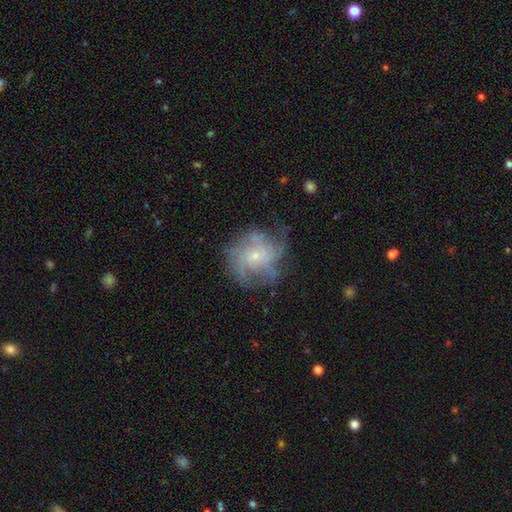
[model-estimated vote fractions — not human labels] A featured or disk galaxy (74%) with no bar (78%), tight (43%) spiral arms (90%) and a small central bulge (76%).

Vote fractions:
- Smooth or featured? featured or disk: 74% / smooth: 16% / star or artifact: 10%
- Edge-on disk? no: 97% / yes: 3%
- Bar? no: 78% / weak: 20% / strong: 3%
- Spiral arms? yes: 90% / no: 10%
- Spiral winding? tight: 43% / medium: 40% / loose: 17%
- Spiral arm count? can't tell: 30% / 4: 29% / 3: 16% / more than 4: 11% / 2: 8% / 1: 6%
- Bulge size? small: 76% / moderate: 19% / none: 3% / large: 1% / dominant: 1%
- Merging? none: 66% / minor disturbance: 20% / major disturbance: 12% / merger: 2%